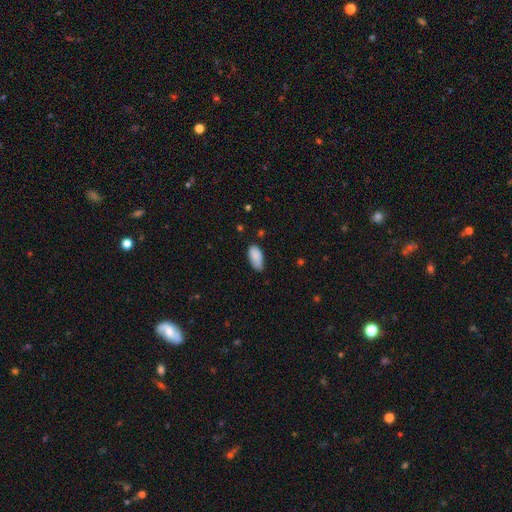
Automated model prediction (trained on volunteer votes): Smooth or featured? smooth (87%)
How rounded? in between (93%)
Merging? none (64%)